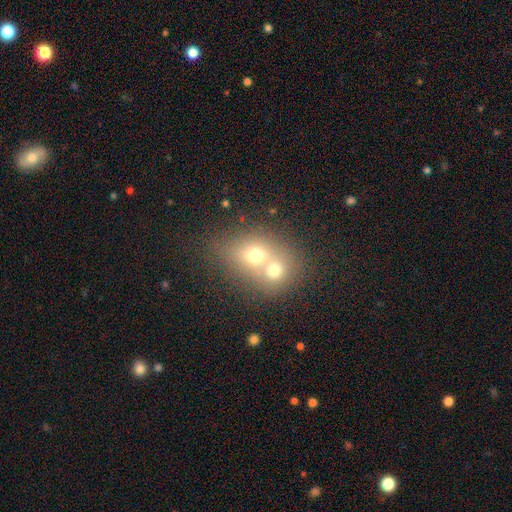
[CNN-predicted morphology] Smooth or featured? smooth (59%)
How rounded? round (58%)
Merging? merger (72%)